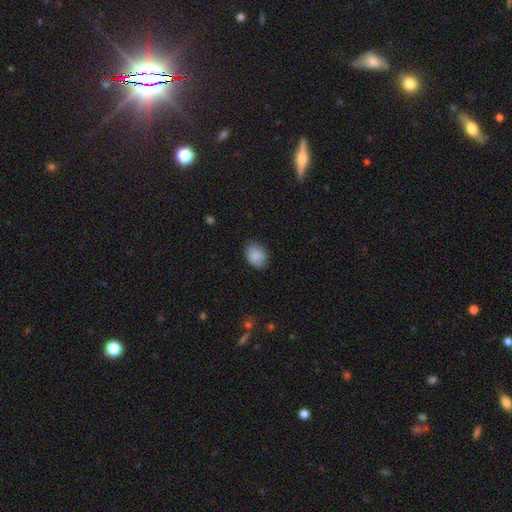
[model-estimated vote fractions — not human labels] A smooth galaxy with no disk features (85%) that is in between round and cigar-shaped (67%). Merging: none (79%).